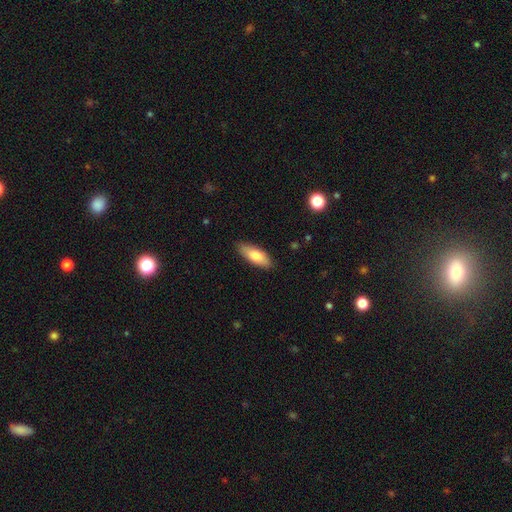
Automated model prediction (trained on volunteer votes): Smooth or featured? smooth (78%)
How rounded? in between (72%)
Merging? none (86%)